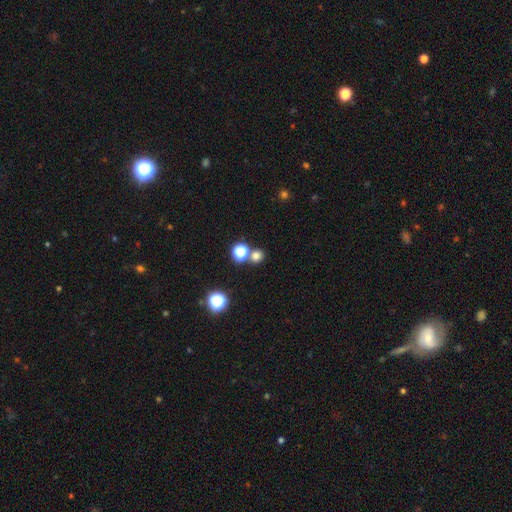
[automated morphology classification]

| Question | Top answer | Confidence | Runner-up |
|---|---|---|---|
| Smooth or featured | smooth | 73% | star or artifact (21%) |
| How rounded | round | 82% | in between (17%) |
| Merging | none | 67% | merger (23%) |